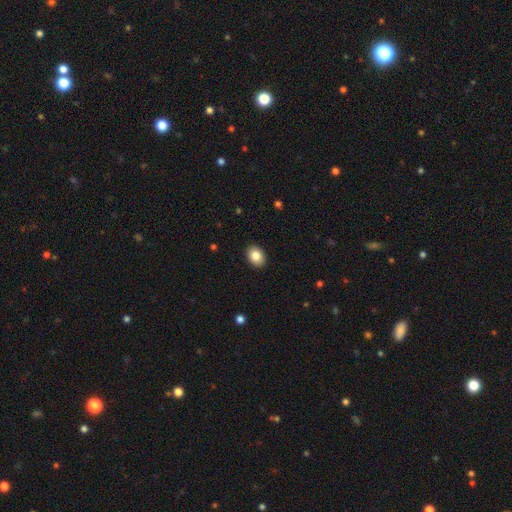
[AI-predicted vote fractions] Smooth or featured: smooth — 85% (star or artifact — 8%)
How rounded: in between — 70% (round — 30%)
Merging: none — 91% (minor disturbance — 7%)